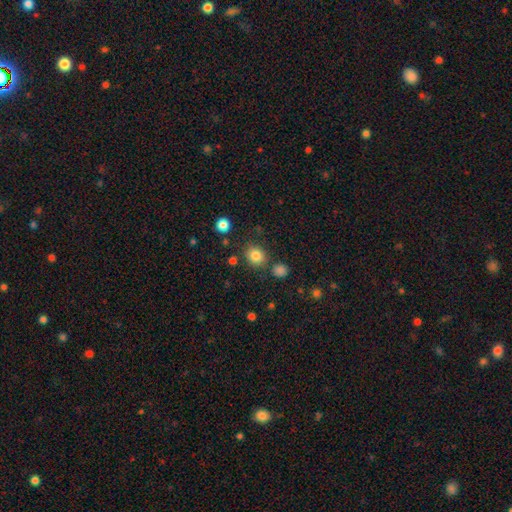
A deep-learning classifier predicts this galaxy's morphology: Smooth or featured? smooth (83%)
How rounded? round (76%)
Merging? none (80%)